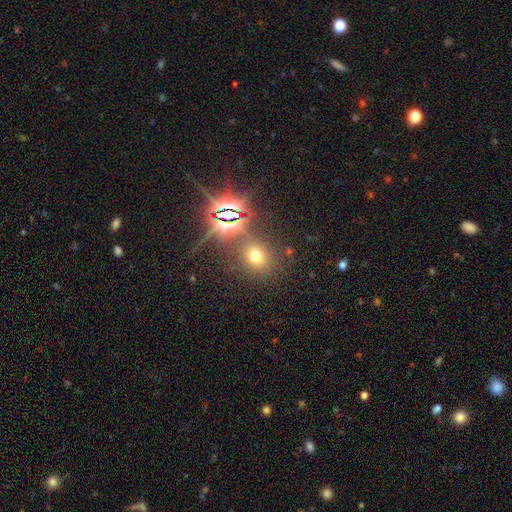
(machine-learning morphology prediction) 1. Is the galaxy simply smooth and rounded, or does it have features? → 51% smooth, 39% star or artifact, 10% featured or disk.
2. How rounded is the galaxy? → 69% round, 29% in between, 2% cigar-shaped.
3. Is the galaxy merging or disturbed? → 78% none, 10% minor disturbance, 6% merger, 5% major disturbance.